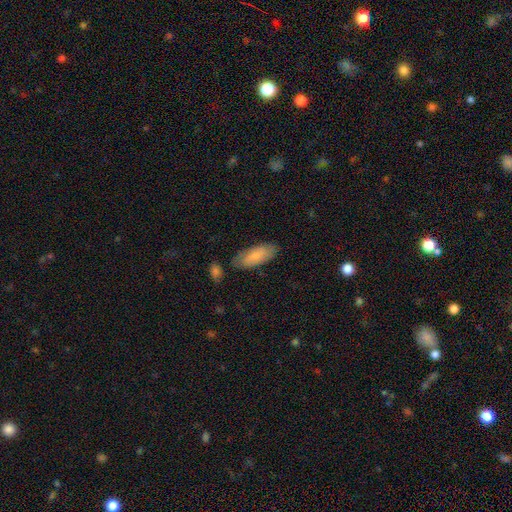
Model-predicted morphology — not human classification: The model was most divided on "smooth or featured": smooth: 74%, featured or disk: 20%, star or artifact: 6%. More confident: how rounded — in between (80%); merging — none (77%).